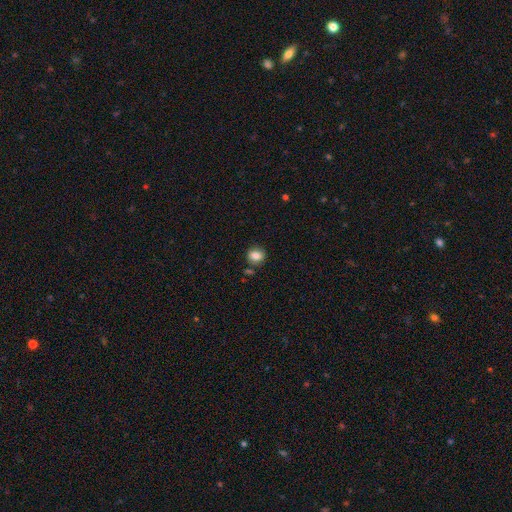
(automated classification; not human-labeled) Q: Smooth or featured?
A: smooth (81%); runner-up: star or artifact (10%)
Q: How rounded?
A: round (74%); runner-up: in between (25%)
Q: Merging?
A: none (80%); runner-up: minor disturbance (11%)